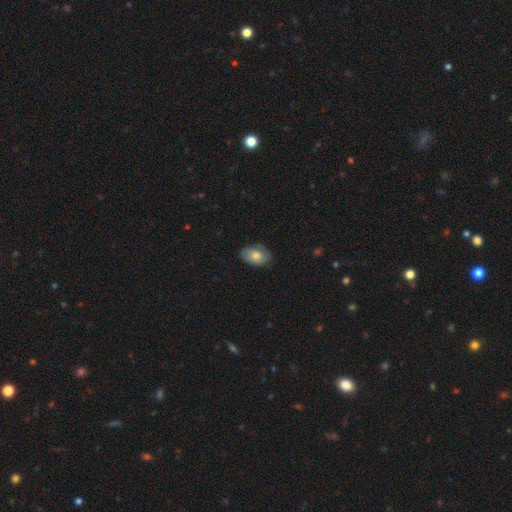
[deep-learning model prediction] A smooth galaxy with no disk features (68%) that is in between round and cigar-shaped (86%).

Vote fractions:
- Smooth or featured? smooth: 68% / featured or disk: 25% / star or artifact: 7%
- How rounded? in between: 86% / round: 12% / cigar-shaped: 1%
- Merging? none: 70% / minor disturbance: 23% / major disturbance: 5% / merger: 1%